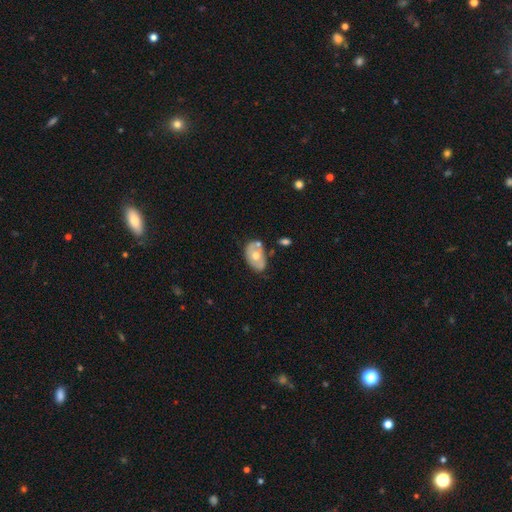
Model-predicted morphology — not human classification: smooth 51%, featured or disk 42%, star or artifact 7%. Down the decision tree: how rounded — in between (87%); merging — none (57%).